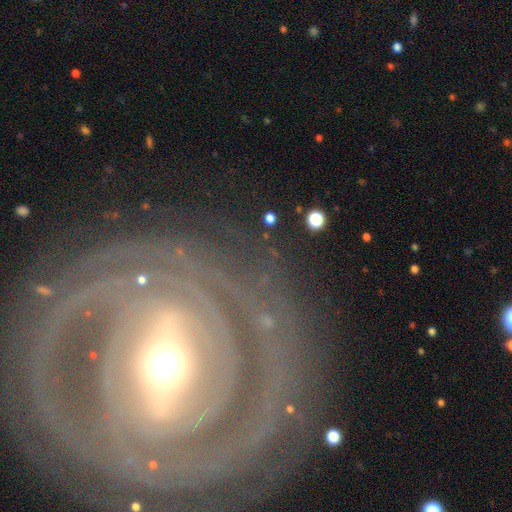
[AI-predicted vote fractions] Smooth or featured?
  - featured or disk: 87% *
  - smooth: 7%
  - star or artifact: 6%
Edge-on disk?
  - no: 91% *
  - yes: 9%
Bar?
  - strong: 66% *
  - weak: 22%
  - no: 12%
Spiral arms?
  - yes: 84% *
  - no: 16%
Spiral winding?
  - tight: 79% *
  - medium: 16%
  - loose: 5%
Spiral arm count?
  - can't tell: 31% *
  - 2: 28%
  - 3: 13%
  - more than 4: 11%
  - 4: 10%
  - 1: 8%
Bulge size?
  - moderate: 64% *
  - small: 19%
  - large: 14%
  - dominant: 2%
  - none: 1%
Merging?
  - none: 81% *
  - minor disturbance: 10%
  - major disturbance: 6%
  - merger: 2%